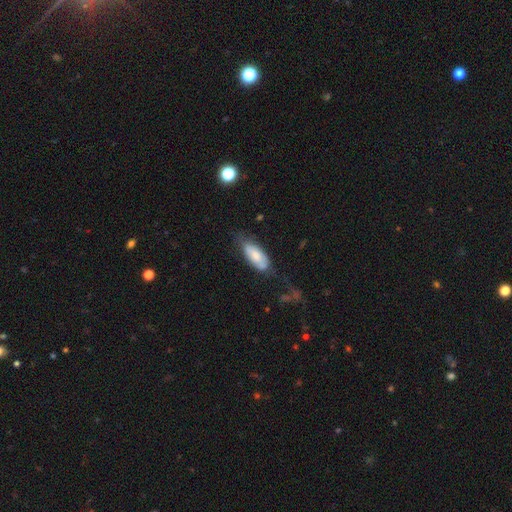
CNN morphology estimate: smooth 67%, featured or disk 26%, star or artifact 6%. Down the decision tree: how rounded — in between (84%); merging — none (49%).